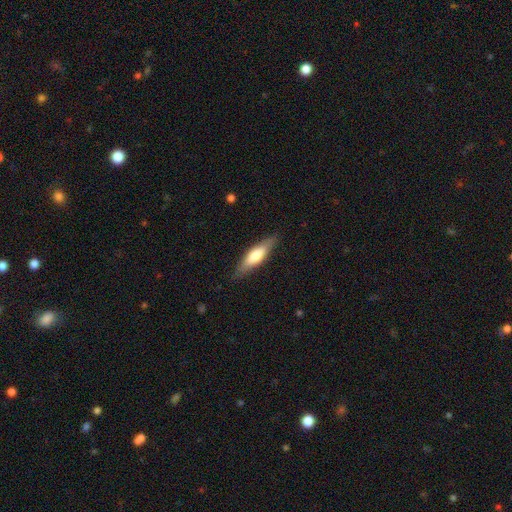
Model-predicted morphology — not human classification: type=smooth (60%); roundness=cigar-shaped (63%); merging=none (84%).